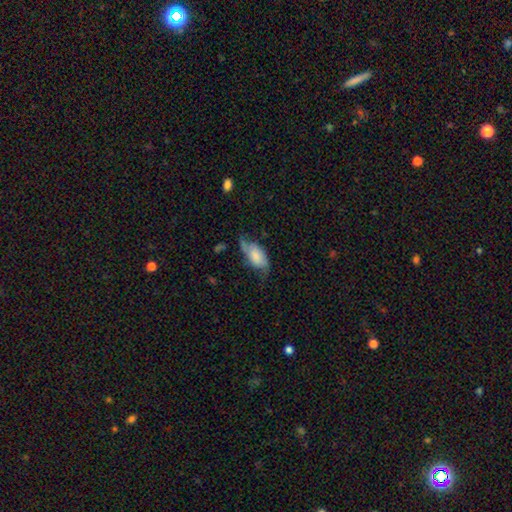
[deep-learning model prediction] Smooth or featured: smooth — 55% (featured or disk — 37%)
How rounded: in between — 91% (cigar-shaped — 5%)
Merging: none — 41% (minor disturbance — 34%)